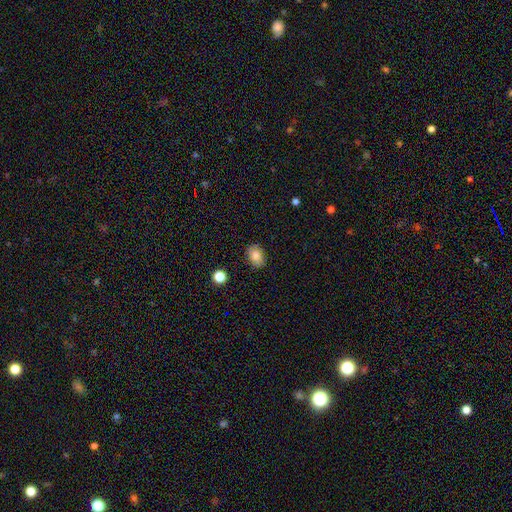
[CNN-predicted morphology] Smooth or featured? Predicted: smooth (p=0.84). How rounded? Predicted: in between (p=0.69). Merging? Predicted: none (p=0.84).